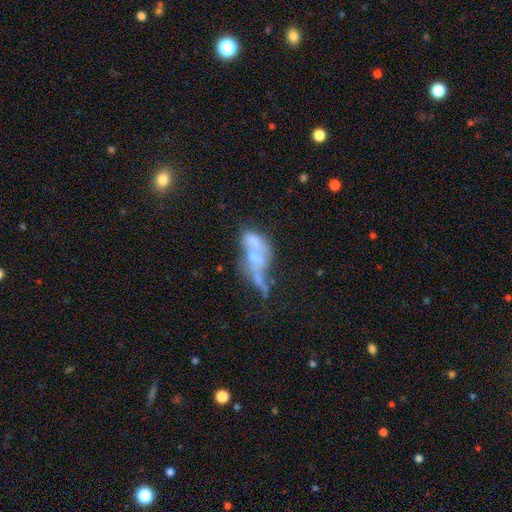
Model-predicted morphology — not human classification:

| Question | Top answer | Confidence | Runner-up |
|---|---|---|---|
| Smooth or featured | featured or disk | 57% | smooth (30%) |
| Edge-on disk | no | 86% | yes (14%) |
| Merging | merger | 45% | major disturbance (25%) |